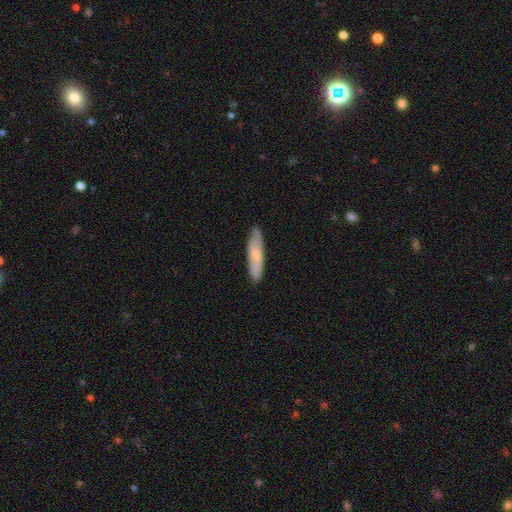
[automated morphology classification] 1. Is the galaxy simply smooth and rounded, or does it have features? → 65% smooth, 29% featured or disk, 6% star or artifact.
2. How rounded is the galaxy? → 78% cigar-shaped, 20% in between, 1% round.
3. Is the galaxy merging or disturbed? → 85% none, 12% minor disturbance, 2% major disturbance, 1% merger.